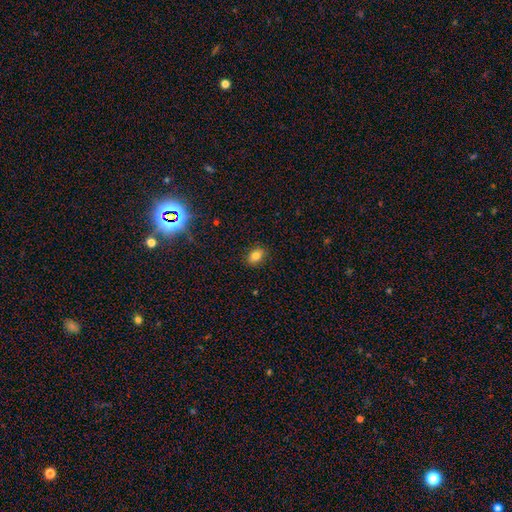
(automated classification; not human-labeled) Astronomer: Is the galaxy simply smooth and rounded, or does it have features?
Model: smooth — 81%.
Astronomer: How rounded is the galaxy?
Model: in between — 71%.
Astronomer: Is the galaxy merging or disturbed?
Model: none — 87%.